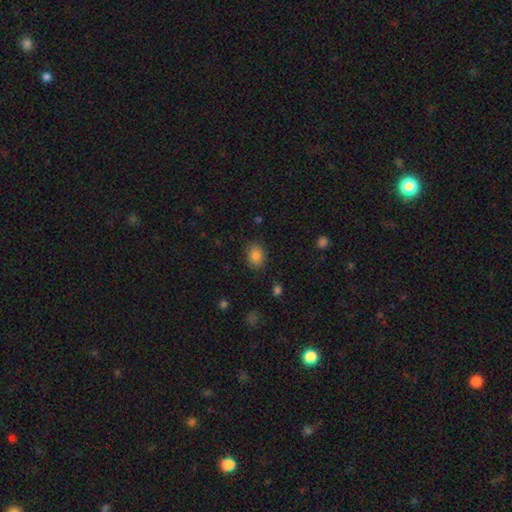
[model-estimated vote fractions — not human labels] smooth_or_featured: smooth (p=0.85) [alt: star or artifact p=0.10]
how_rounded: in between (p=0.55) [alt: round p=0.44]
merging: none (p=0.84) [alt: minor disturbance p=0.12]